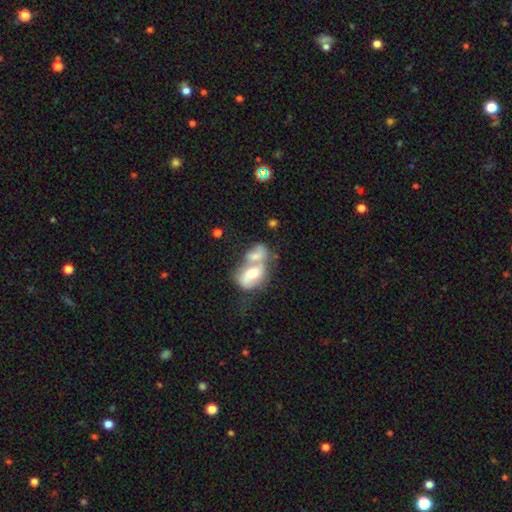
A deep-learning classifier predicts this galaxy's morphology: Q: Smooth or featured?
A: smooth (50%); runner-up: featured or disk (41%)
Q: How rounded?
A: in between (78%); runner-up: round (19%)
Q: Merging?
A: merger (75%); runner-up: none (12%)